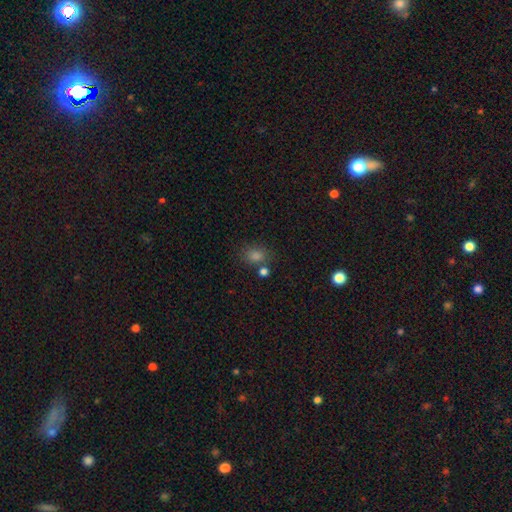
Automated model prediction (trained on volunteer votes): smooth_or_featured: smooth (p=0.75) [alt: star or artifact p=0.19]
how_rounded: round (p=0.51) [alt: in between p=0.47]
merging: none (p=0.74) [alt: minor disturbance p=0.12]